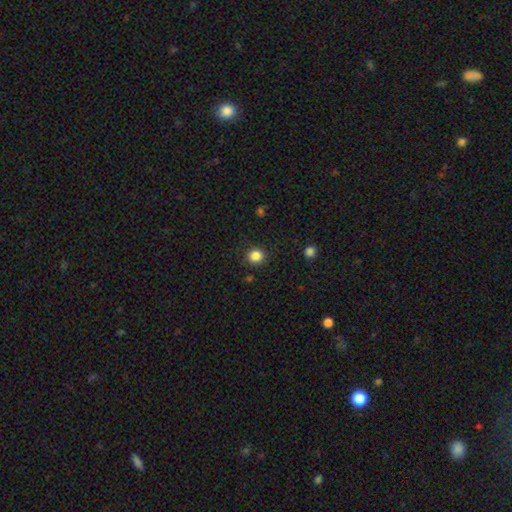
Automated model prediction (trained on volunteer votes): Smooth or featured? smooth (85%)
How rounded? round (92%)
Merging? none (90%)